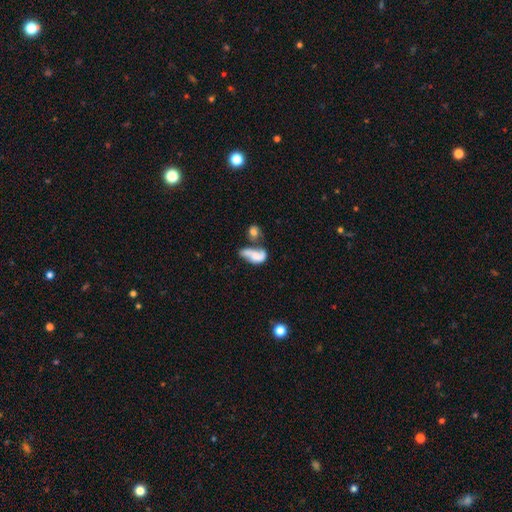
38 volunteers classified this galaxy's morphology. Overall: featured or disk (50%; smooth 45%). Edge-on disk: no (95%). Bar: no (61%; weak 39%). Spiral arms: yes (78%). Spiral arm count: 2 (71%). Spiral winding: loose (57%; medium 43%). Bulge size: small (56%; moderate 28%). Merging: none (31%; major disturbance 28%).